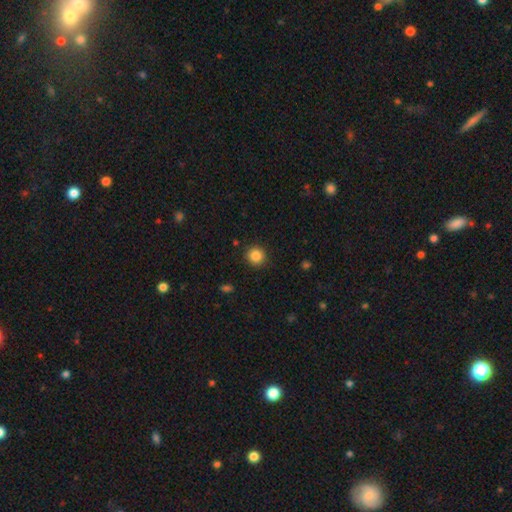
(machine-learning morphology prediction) Smooth or featured? Predicted: smooth (p=0.86). How rounded? Predicted: round (p=0.92). Merging? Predicted: none (p=0.90).